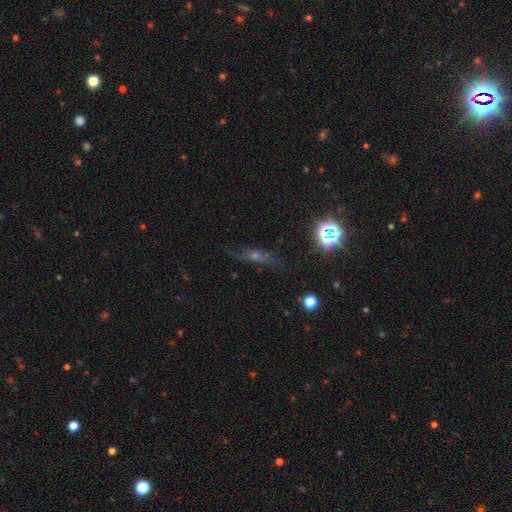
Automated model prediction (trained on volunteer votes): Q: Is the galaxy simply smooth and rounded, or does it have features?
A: featured or disk — 42%.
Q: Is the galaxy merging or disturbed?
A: none — 66%.